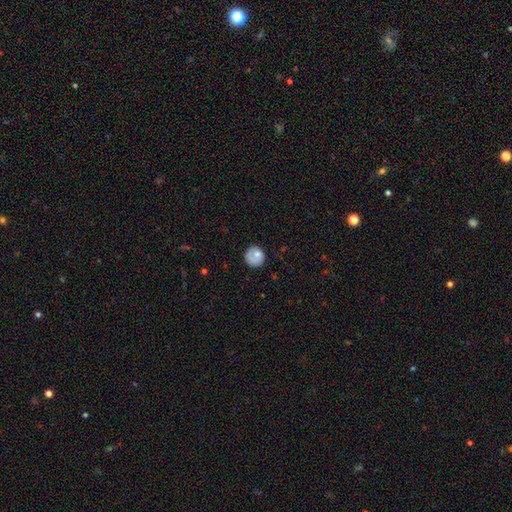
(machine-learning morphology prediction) This is likely a smooth galaxy (71%). How rounded: clearly round (88%). Merging: likely none (72%).